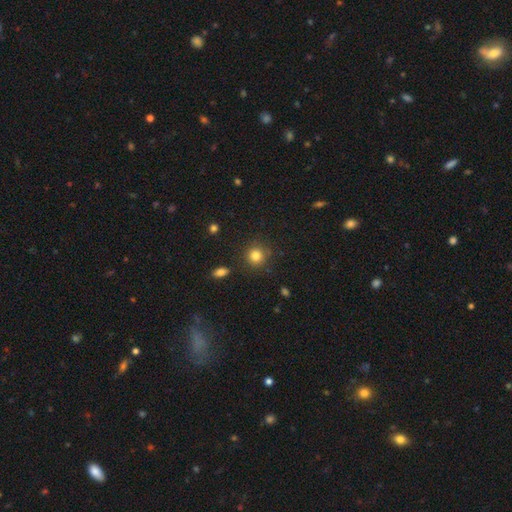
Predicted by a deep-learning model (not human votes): Smooth or featured: smooth — 83% (star or artifact — 11%)
How rounded: round — 90% (in between — 9%)
Merging: none — 85% (minor disturbance — 10%)